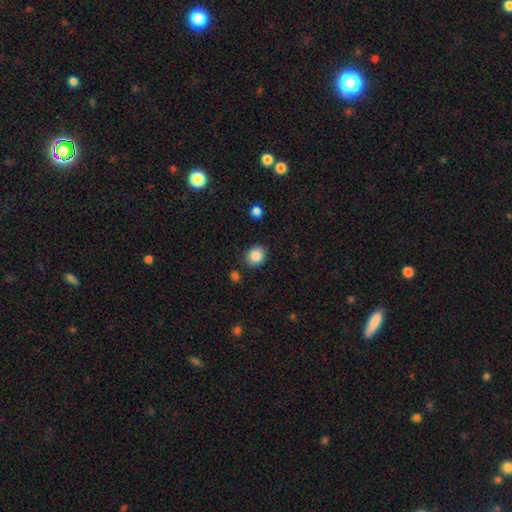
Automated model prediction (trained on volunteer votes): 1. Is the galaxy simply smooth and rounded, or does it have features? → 86% smooth, 9% star or artifact, 5% featured or disk.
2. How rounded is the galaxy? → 74% round, 26% in between, 1% cigar-shaped.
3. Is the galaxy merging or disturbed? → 86% none, 9% minor disturbance, 3% merger, 3% major disturbance.